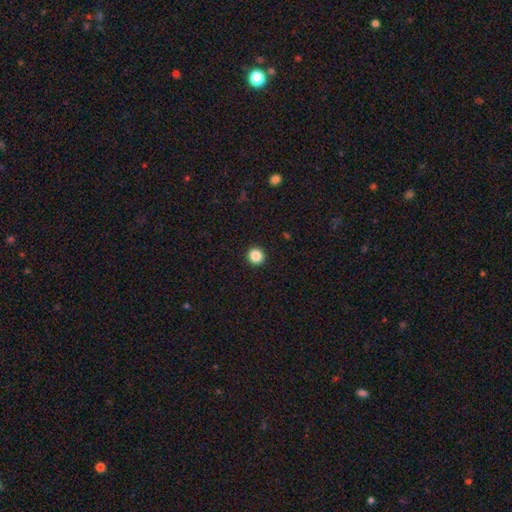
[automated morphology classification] This is clearly a smooth galaxy (87%). How rounded: clearly round (94%). Merging: clearly none (93%).